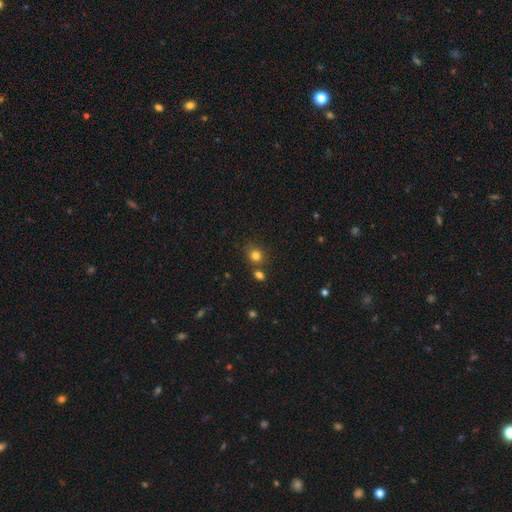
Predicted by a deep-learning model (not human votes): The model was most divided on "merging": none: 69%, merger: 17%, minor disturbance: 11%, major disturbance: 4%. More confident: smooth or featured — smooth (79%); how rounded — round (76%).